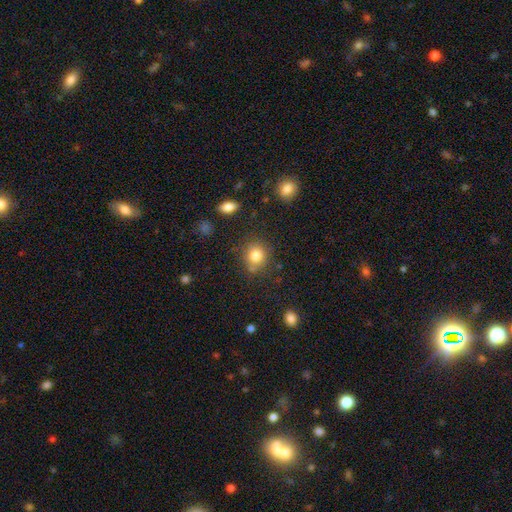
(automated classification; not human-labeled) Smooth or featured? smooth (81%)
How rounded? round (80%)
Merging? none (73%)